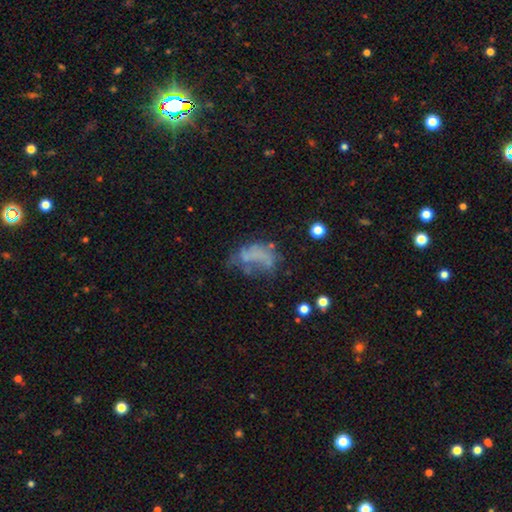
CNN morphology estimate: Smooth or featured: featured or disk — 40% (tied with smooth — 40%)
Merging: major disturbance — 38% (none — 31%)